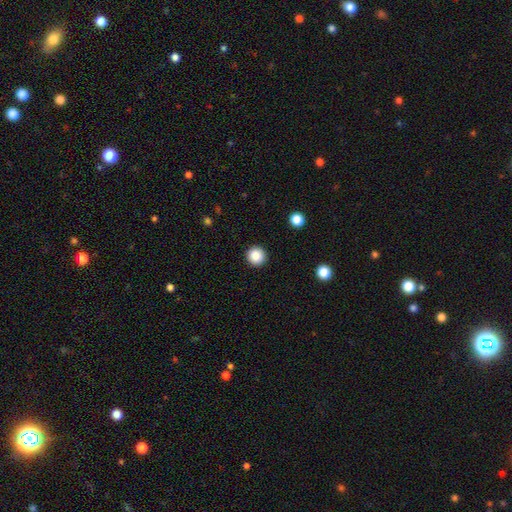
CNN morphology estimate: type=smooth (87%); roundness=round (96%); merging=none (92%).